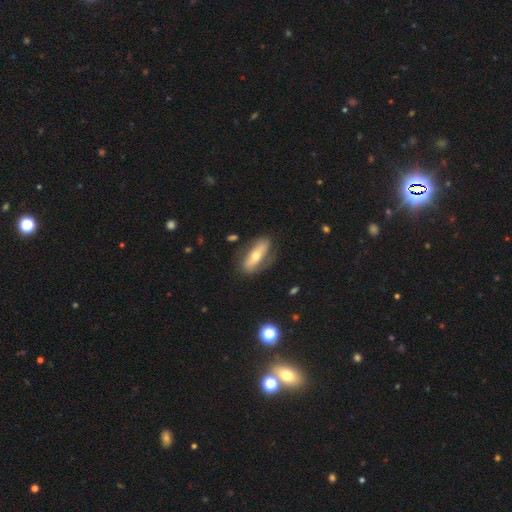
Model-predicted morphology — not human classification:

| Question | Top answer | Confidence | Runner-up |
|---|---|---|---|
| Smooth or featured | featured or disk | 49% | smooth (45%) |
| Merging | none | 71% | minor disturbance (18%) |